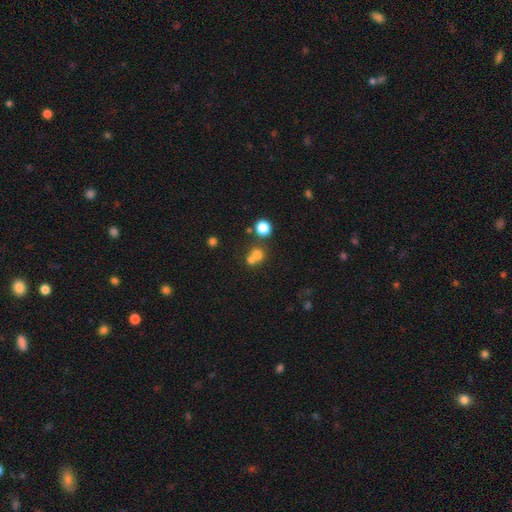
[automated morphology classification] The model was most divided on "merging": merger: 50%, none: 41%, minor disturbance: 6%, major disturbance: 3%. More confident: how rounded — round (82%); smooth or featured — smooth (70%).